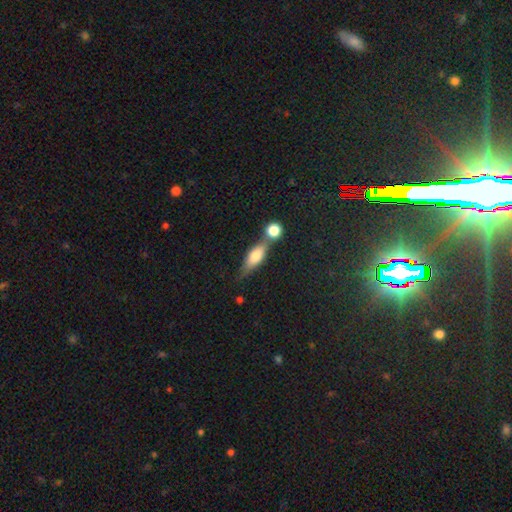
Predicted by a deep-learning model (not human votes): Smooth or featured?
  - smooth: 63% *
  - featured or disk: 28%
  - star or artifact: 9%
How rounded?
  - in between: 59% *
  - cigar-shaped: 34%
  - round: 7%
Merging?
  - none: 47% *
  - merger: 34%
  - minor disturbance: 14%
  - major disturbance: 5%